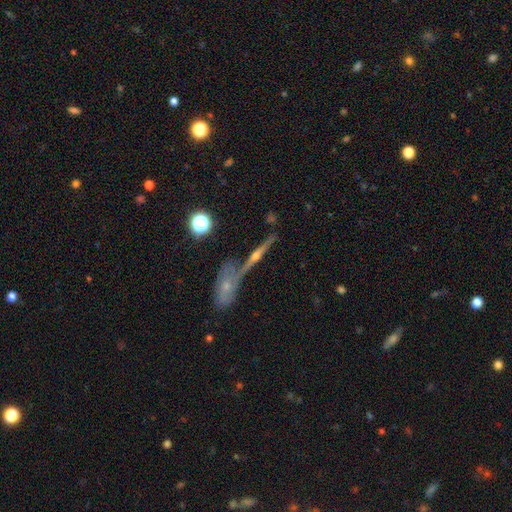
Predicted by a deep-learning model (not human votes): Q: Smooth or featured?
A: featured or disk (78%); runner-up: smooth (12%)
Q: Edge-on disk?
A: yes (95%); runner-up: no (5%)
Q: Edge-on bulge?
A: rounded (92%); runner-up: none (5%)
Q: Merging?
A: none (68%); runner-up: merger (18%)